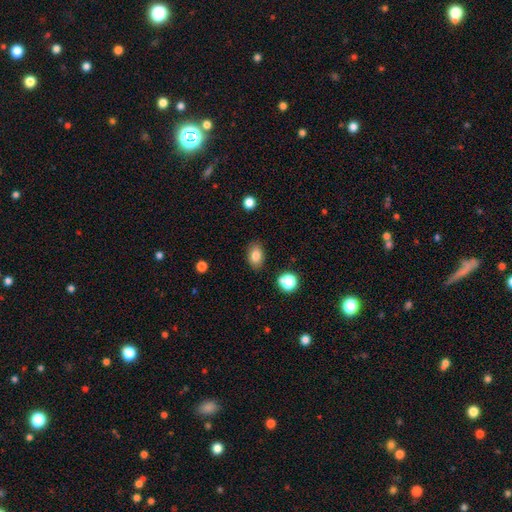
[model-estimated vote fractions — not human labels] This is clearly a smooth galaxy (82%). How rounded: clearly in between (82%). Merging: clearly none (86%).